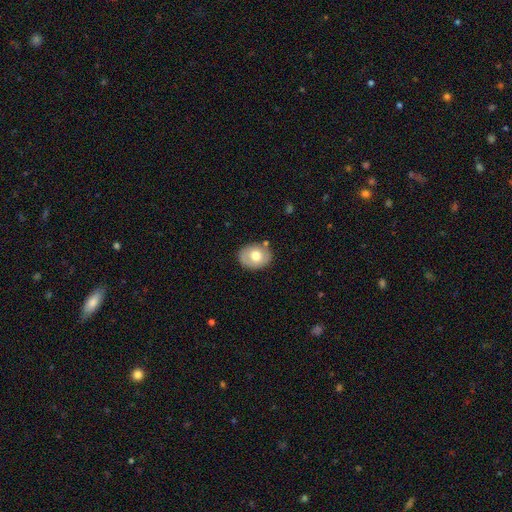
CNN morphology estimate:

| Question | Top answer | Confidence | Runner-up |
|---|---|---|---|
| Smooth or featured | smooth | 65% | featured or disk (28%) |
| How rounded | in between | 50% | round (49%) |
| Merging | none | 80% | minor disturbance (13%) |